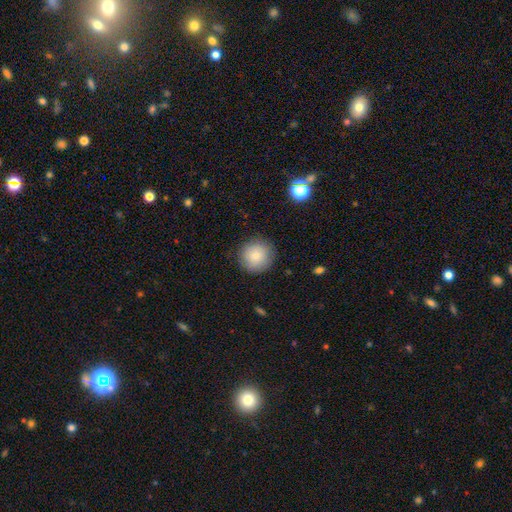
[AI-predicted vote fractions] A smooth galaxy with no disk features (83%) that is round (94%). Merging: none (89%).